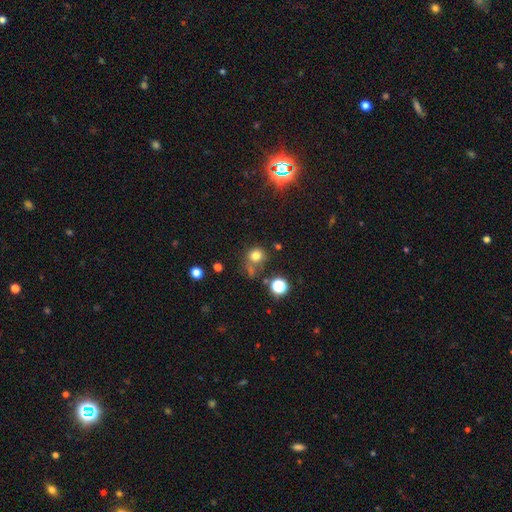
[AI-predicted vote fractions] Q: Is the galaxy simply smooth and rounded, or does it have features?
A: smooth — 75%.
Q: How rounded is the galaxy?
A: round — 84%.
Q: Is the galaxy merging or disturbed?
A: none — 63%.